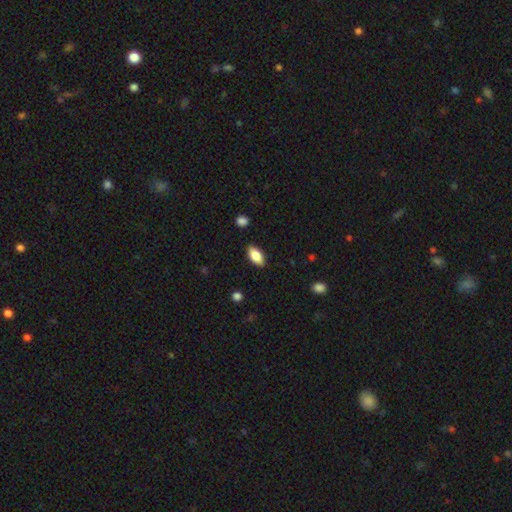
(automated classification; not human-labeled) smooth_or_featured: smooth (p=0.82) [alt: featured or disk p=0.11]
how_rounded: in between (p=0.89) [alt: cigar-shaped p=0.08]
merging: none (p=0.87) [alt: minor disturbance p=0.10]